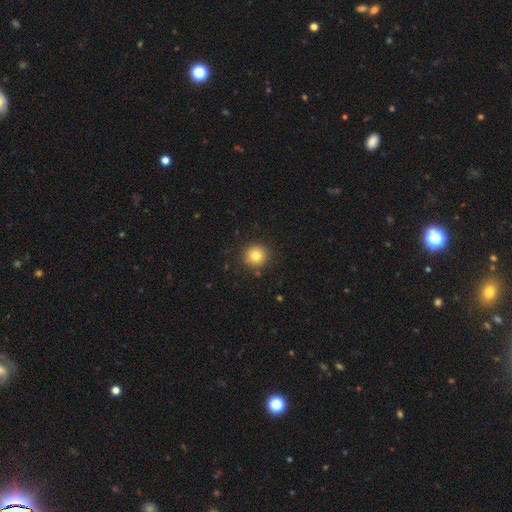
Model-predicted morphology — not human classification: A smooth galaxy with no disk features (80%) that is round (94%).

Vote fractions:
- Smooth or featured? smooth: 80% / star or artifact: 11% / featured or disk: 9%
- How rounded? round: 94% / in between: 5% / cigar-shaped: 1%
- Merging? none: 90% / minor disturbance: 6% / major disturbance: 2% / merger: 1%